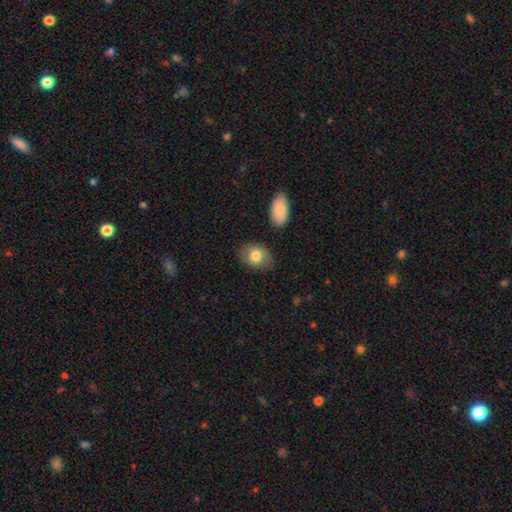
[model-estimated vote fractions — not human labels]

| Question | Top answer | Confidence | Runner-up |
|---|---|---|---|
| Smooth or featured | smooth | 79% | featured or disk (14%) |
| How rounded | in between | 67% | round (31%) |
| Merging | none | 79% | minor disturbance (15%) |